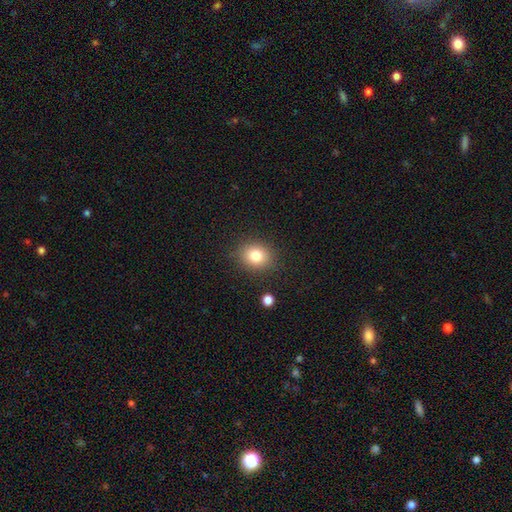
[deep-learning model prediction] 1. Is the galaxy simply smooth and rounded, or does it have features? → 82% smooth, 11% star or artifact, 7% featured or disk.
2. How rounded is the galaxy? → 66% round, 33% in between, 1% cigar-shaped.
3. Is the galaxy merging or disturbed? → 86% none, 9% minor disturbance, 3% major disturbance, 2% merger.